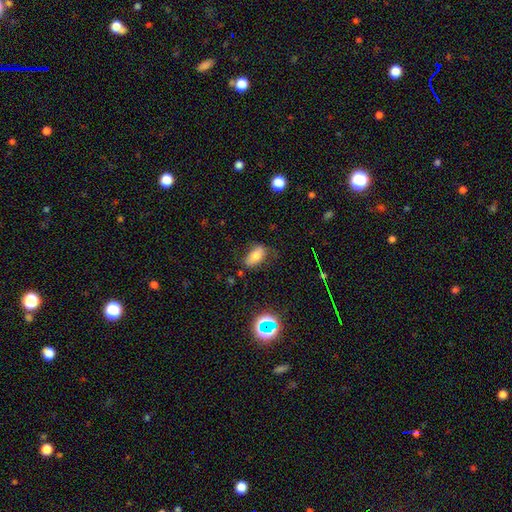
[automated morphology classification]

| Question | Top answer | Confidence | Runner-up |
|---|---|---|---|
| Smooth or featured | smooth | 73% | featured or disk (14%) |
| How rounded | in between | 88% | cigar-shaped (7%) |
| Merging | none | 67% | minor disturbance (23%) |